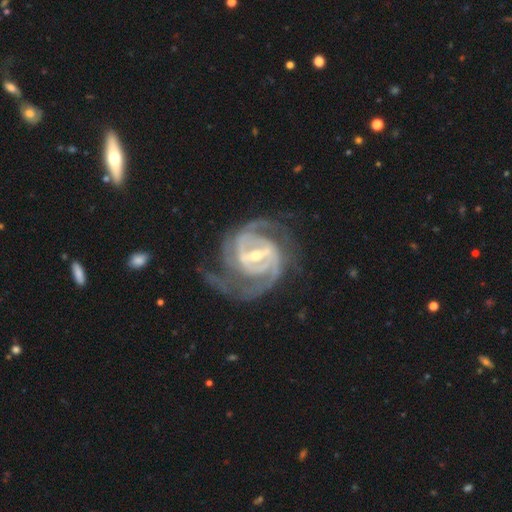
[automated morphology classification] Overall: featured or disk (93%). Edge-on disk: no (97%). Bar: strong (60%; weak 33%). Spiral arms: yes (97%). Spiral arm count: 2 (58%; 3 18%). Spiral winding: tight (48%; medium 43%). Bulge size: moderate (47%, tied with small). Merging: none (66%).